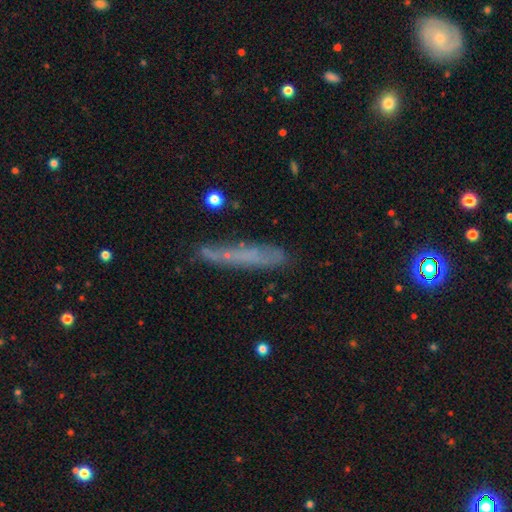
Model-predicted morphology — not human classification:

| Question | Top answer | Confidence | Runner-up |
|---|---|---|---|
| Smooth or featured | smooth | 55% | featured or disk (34%) |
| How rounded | cigar-shaped | 85% | in between (12%) |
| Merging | none | 63% | minor disturbance (23%) |